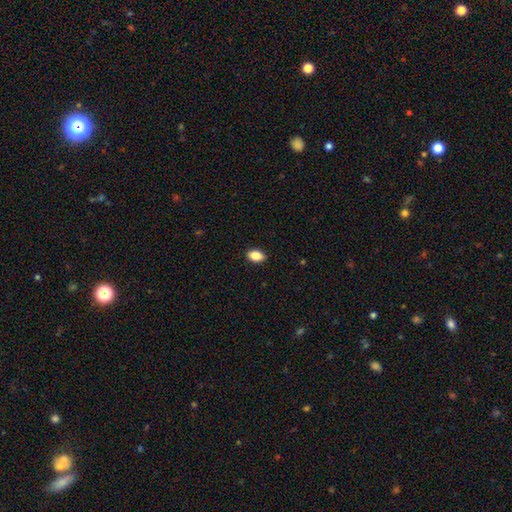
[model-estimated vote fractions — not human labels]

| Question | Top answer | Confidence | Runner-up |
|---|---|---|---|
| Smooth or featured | smooth | 86% | star or artifact (8%) |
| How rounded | in between | 87% | round (10%) |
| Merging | none | 89% | minor disturbance (8%) |